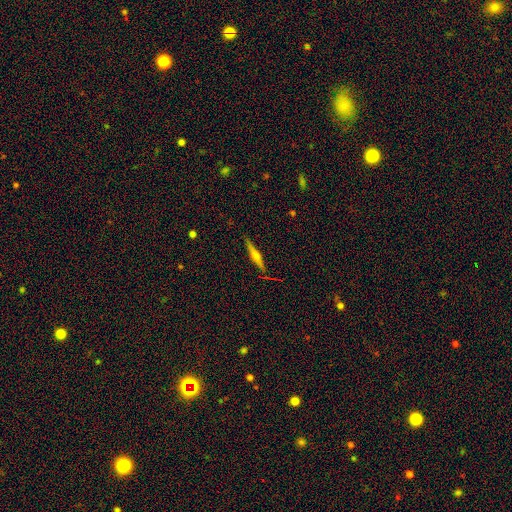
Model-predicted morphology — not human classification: Q: Smooth or featured?
A: featured or disk (71%); runner-up: smooth (22%)
Q: Edge-on disk?
A: yes (98%); runner-up: no (2%)
Q: Edge-on bulge?
A: rounded (81%); runner-up: boxy (12%)
Q: Merging?
A: none (89%); runner-up: minor disturbance (8%)